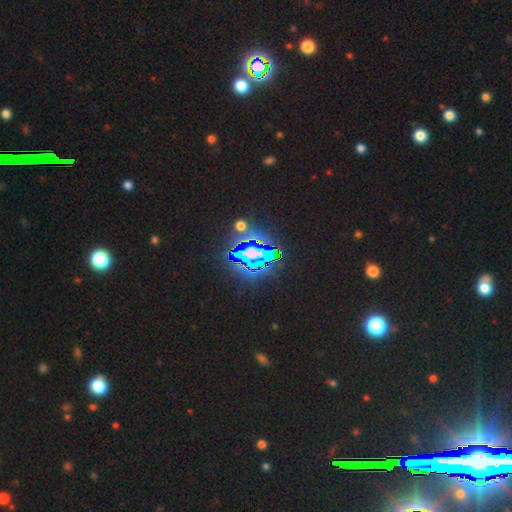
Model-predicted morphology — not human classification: A star or artifact, not a galaxy (66%).

Vote fractions:
- Smooth or featured? star or artifact: 66% / smooth: 17% / featured or disk: 16%